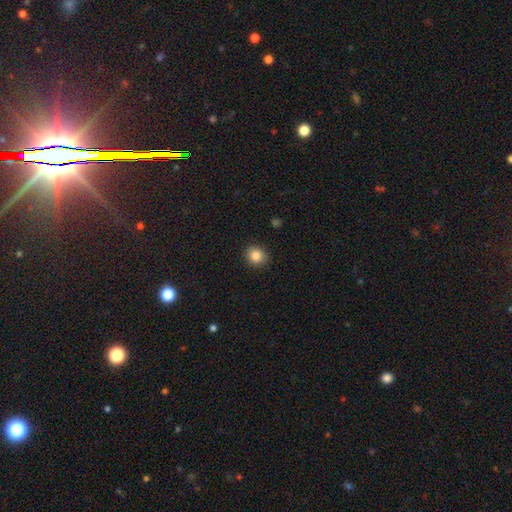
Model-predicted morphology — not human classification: A smooth galaxy with no disk features (85%) that is round (77%).

Vote fractions:
- Smooth or featured? smooth: 85% / star or artifact: 10% / featured or disk: 5%
- How rounded? round: 77% / in between: 22% / cigar-shaped: 1%
- Merging? none: 88% / minor disturbance: 9% / major disturbance: 2% / merger: 1%